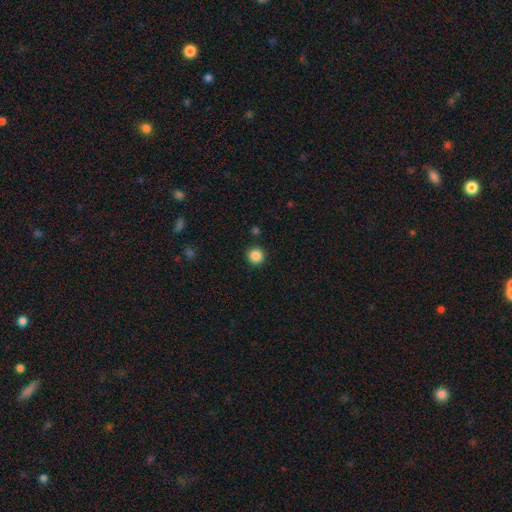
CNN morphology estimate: Smooth or featured: smooth — 87% (star or artifact — 10%)
How rounded: round — 95% (in between — 4%)
Merging: none — 92% (minor disturbance — 5%)